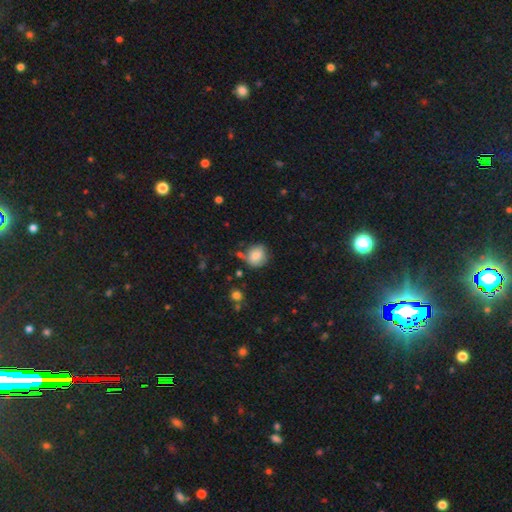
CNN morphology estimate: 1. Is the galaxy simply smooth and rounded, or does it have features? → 82% smooth, 9% star or artifact, 9% featured or disk.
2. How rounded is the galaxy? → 73% round, 26% in between, 1% cigar-shaped.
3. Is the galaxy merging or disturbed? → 65% none, 22% minor disturbance, 7% merger, 6% major disturbance.